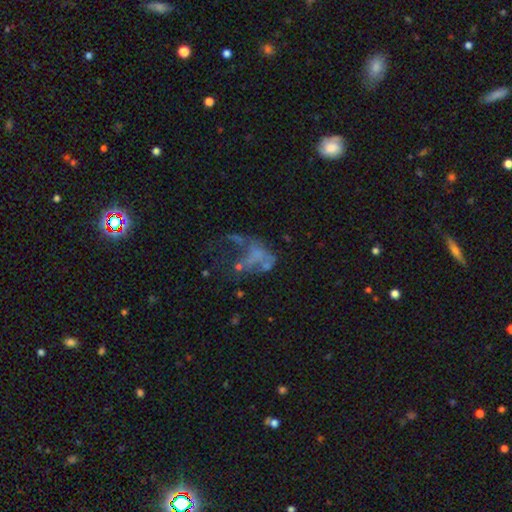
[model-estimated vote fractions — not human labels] smooth-or-featured: featured or disk: 55% | smooth: 26% | star or artifact: 20%
  disk-edge-on: no: 98% | yes: 2%
    bar: no: 91% | weak: 7% | strong: 2%
    has-spiral-arms: no: 92% | yes: 8%
    bulge-size: none: 80% | small: 9% | moderate: 7% | large: 2% | dominant: 1%
  merging: major disturbance: 46% | none: 22% | merger: 21% | minor disturbance: 12%